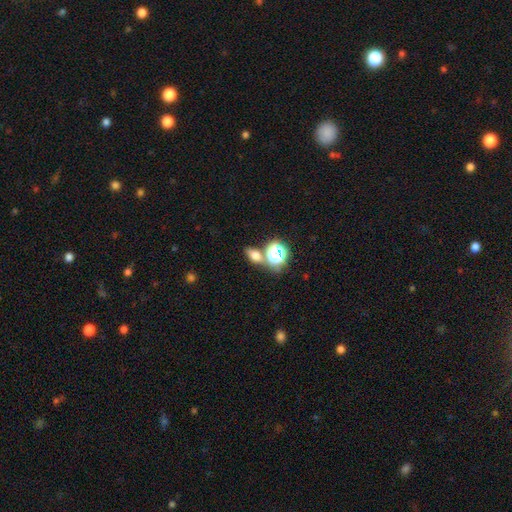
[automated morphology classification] Smooth or featured? smooth (62%)
How rounded? in between (70%)
Merging? none (62%)